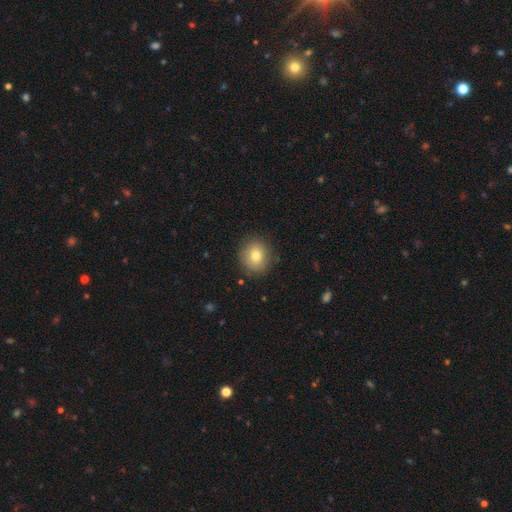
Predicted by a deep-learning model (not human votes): smooth-or-featured: smooth: 77% | featured or disk: 12% | star or artifact: 11%
  how-rounded: round: 86% | in between: 13% | cigar-shaped: 1%
  merging: none: 85% | minor disturbance: 10% | major disturbance: 3% | merger: 1%